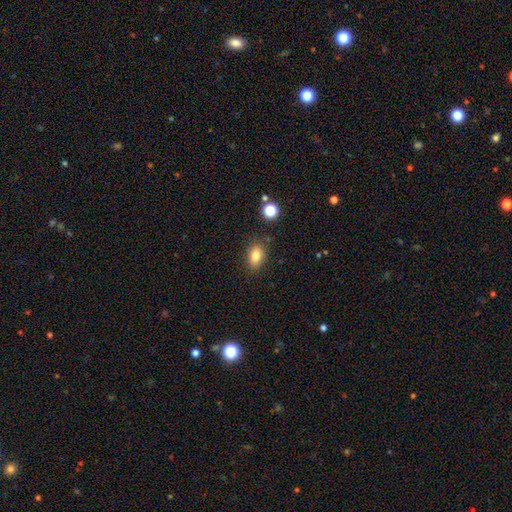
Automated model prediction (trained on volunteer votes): A smooth galaxy with no disk features (82%) that is in between round and cigar-shaped (83%).

Vote fractions:
- Smooth or featured? smooth: 82% / star or artifact: 10% / featured or disk: 8%
- How rounded? in between: 83% / round: 15% / cigar-shaped: 2%
- Merging? none: 83% / minor disturbance: 11% / merger: 3% / major disturbance: 3%